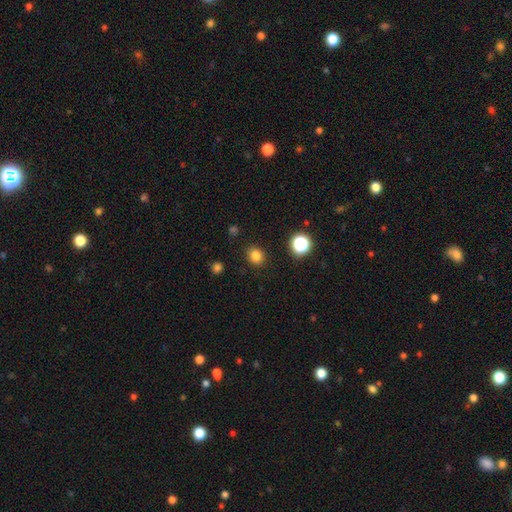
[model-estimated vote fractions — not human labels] smooth_or_featured: smooth (p=0.82) [alt: star or artifact p=0.14]
how_rounded: round (p=0.75) [alt: in between p=0.25]
merging: none (p=0.89) [alt: minor disturbance p=0.07]